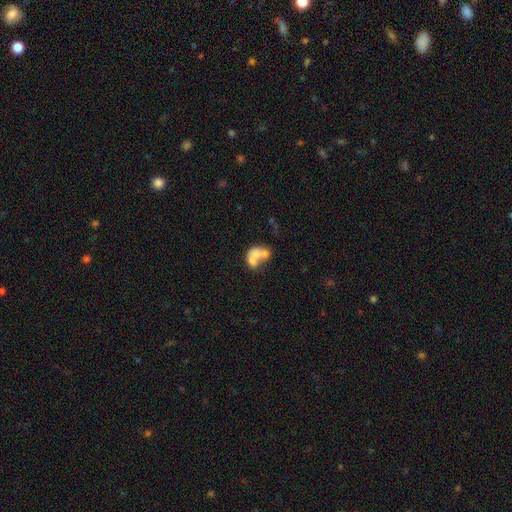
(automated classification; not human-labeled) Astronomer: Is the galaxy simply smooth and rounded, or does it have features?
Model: smooth — 57% (runner-up: featured or disk, 32%).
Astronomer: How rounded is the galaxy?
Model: in between — 69%.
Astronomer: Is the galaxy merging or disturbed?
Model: merger — 64%.